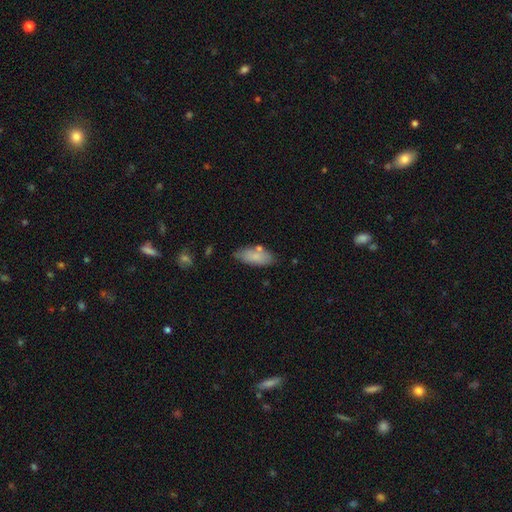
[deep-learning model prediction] Morphology: type=smooth (82%); roundness=in between (80%); merging=none (73%).